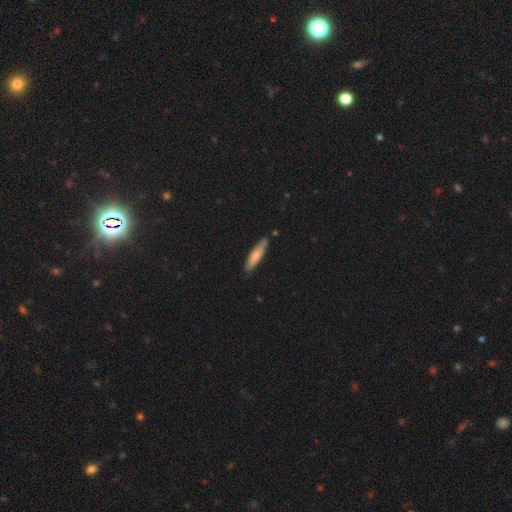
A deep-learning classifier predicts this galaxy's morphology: This appears to be a smooth galaxy with no disk features (72%) that is cigar-shaped (79%). Merging: none (82%).